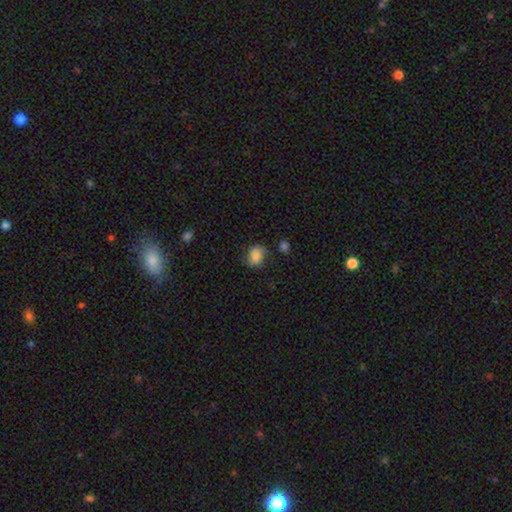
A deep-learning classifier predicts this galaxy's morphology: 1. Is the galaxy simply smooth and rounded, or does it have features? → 81% smooth, 10% featured or disk, 9% star or artifact.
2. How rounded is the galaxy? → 59% in between, 39% round, 1% cigar-shaped.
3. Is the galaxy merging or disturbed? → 68% none, 22% minor disturbance, 6% major disturbance, 3% merger.